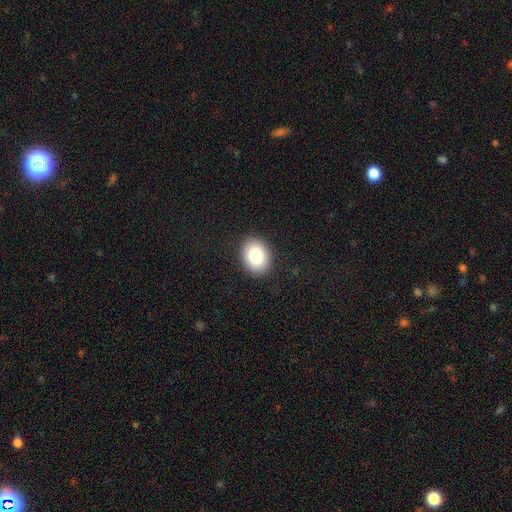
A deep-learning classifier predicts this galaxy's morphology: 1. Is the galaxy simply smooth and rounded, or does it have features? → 84% smooth, 8% star or artifact, 8% featured or disk.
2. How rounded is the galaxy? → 58% in between, 41% round, 1% cigar-shaped.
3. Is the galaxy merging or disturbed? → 90% none, 7% minor disturbance, 2% major disturbance, 1% merger.